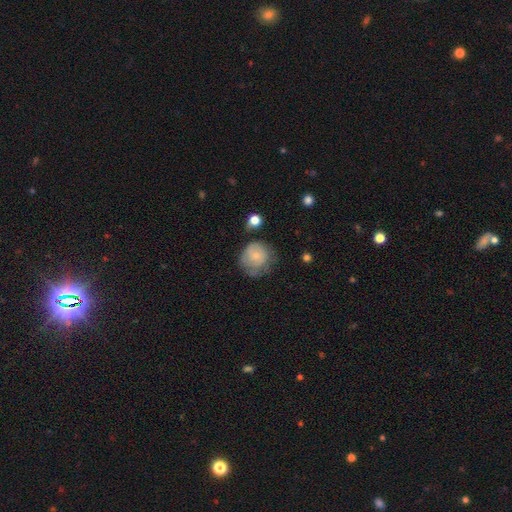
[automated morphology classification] Smooth or featured? Predicted: smooth (p=0.61). How rounded? Predicted: round (p=0.82). Merging? Predicted: none (p=0.49).